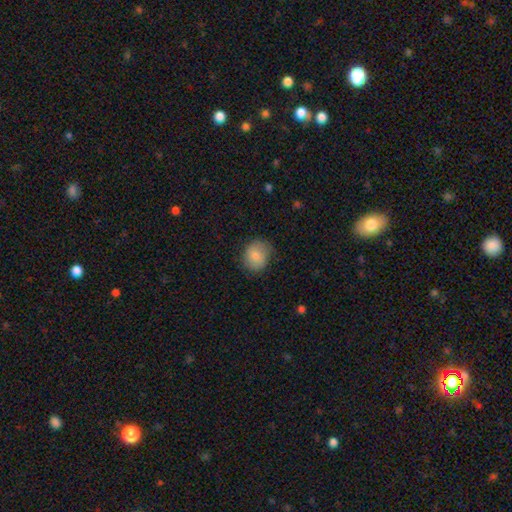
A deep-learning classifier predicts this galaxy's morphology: The model was most divided on "how rounded": round: 70%, in between: 30%, cigar-shaped: 1%. More confident: smooth or featured — smooth (81%); merging — none (76%).